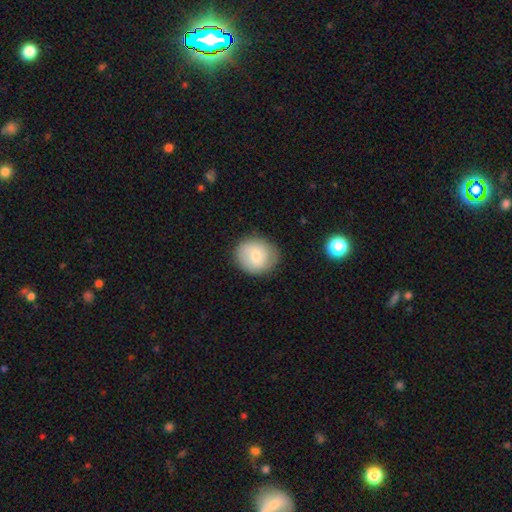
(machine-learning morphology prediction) The model was most divided on "smooth or featured": smooth: 69%, featured or disk: 23%, star or artifact: 7%. More confident: merging — none (84%); how rounded — round (81%).